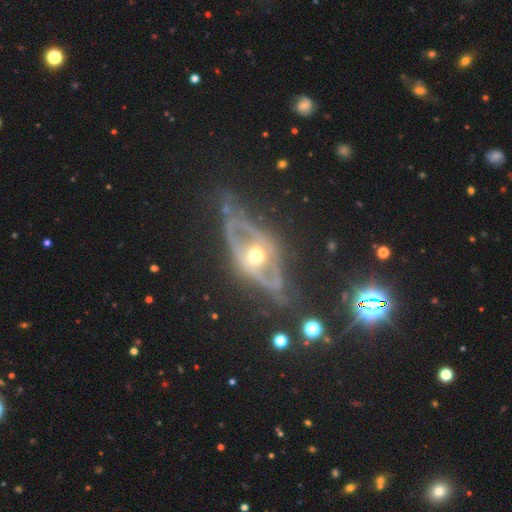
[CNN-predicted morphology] A featured or disk galaxy (76%) with no bar (63%), spiral arms (56%) and a moderate central bulge (70%).

Vote fractions:
- Smooth or featured? featured or disk: 76% / smooth: 14% / star or artifact: 10%
- Edge-on disk? no: 84% / yes: 16%
- Bar? no: 63% / weak: 22% / strong: 15%
- Spiral arms? yes: 56% / no: 44%
- Bulge size? moderate: 70% / small: 21% / large: 6% / dominant: 1% / none: 1%
- Merging? none: 55% / minor disturbance: 20% / major disturbance: 20% / merger: 4%